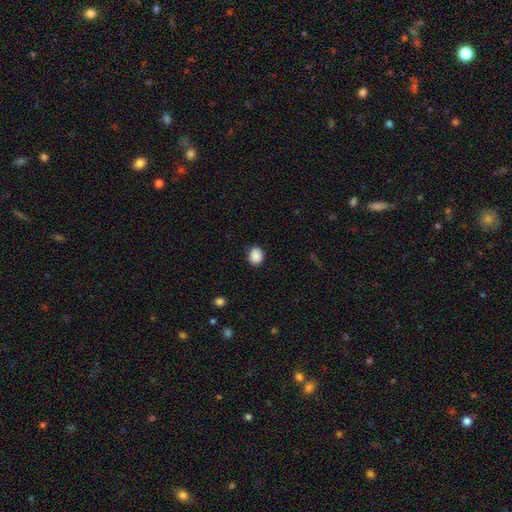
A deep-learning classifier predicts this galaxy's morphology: This appears to be a smooth galaxy with no disk features (89%) that is round (60%). Merging: none (87%).